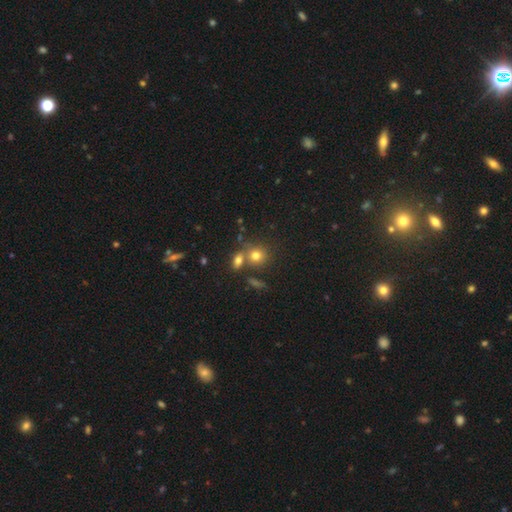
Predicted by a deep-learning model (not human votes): smooth 75%, star or artifact 13%, featured or disk 12%. Down the decision tree: how rounded — round (74%); merging — none (54%).